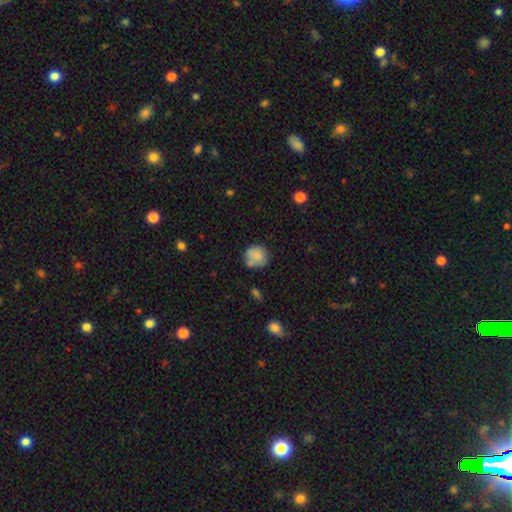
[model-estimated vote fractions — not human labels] A smooth galaxy with no disk features (78%) that is round (88%).

Vote fractions:
- Smooth or featured? smooth: 78% / featured or disk: 14% / star or artifact: 8%
- How rounded? round: 88% / in between: 11% / cigar-shaped: 1%
- Merging? none: 66% / minor disturbance: 22% / merger: 6% / major disturbance: 6%